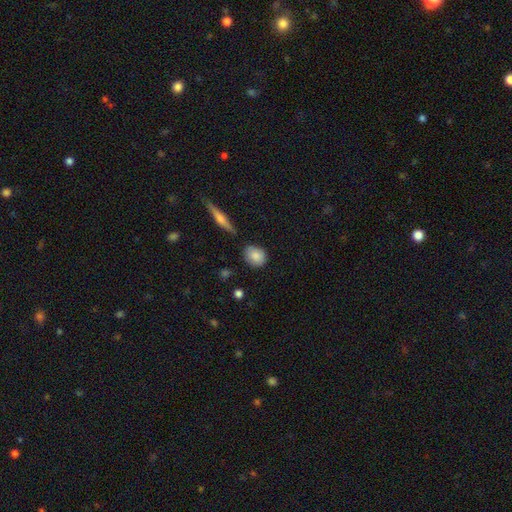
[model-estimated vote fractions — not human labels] The model was most divided on "how rounded": round: 55%, in between: 42%, cigar-shaped: 3%. More confident: smooth or featured — smooth (85%); merging — none (81%).